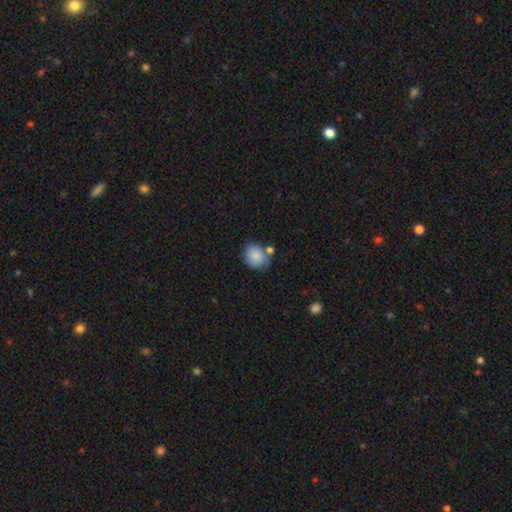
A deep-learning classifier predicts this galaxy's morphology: Smooth or featured?
  - smooth: 86% *
  - star or artifact: 8%
  - featured or disk: 6%
How rounded?
  - round: 67% *
  - in between: 32%
  - cigar-shaped: 1%
Merging?
  - none: 61% *
  - merger: 17%
  - minor disturbance: 16%
  - major disturbance: 5%